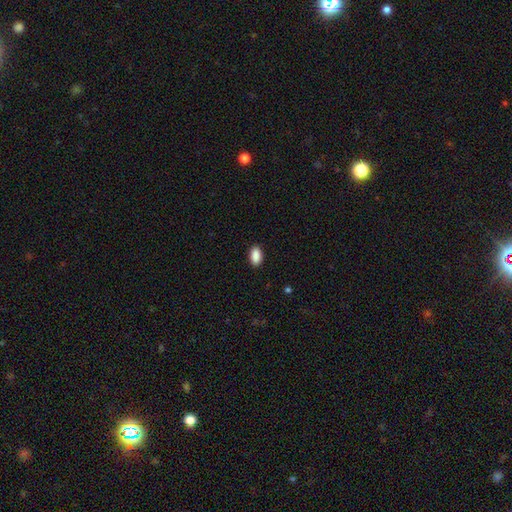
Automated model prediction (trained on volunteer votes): smooth 90%, star or artifact 7%, featured or disk 3%. Down the decision tree: how rounded — in between (93%); merging — none (89%).